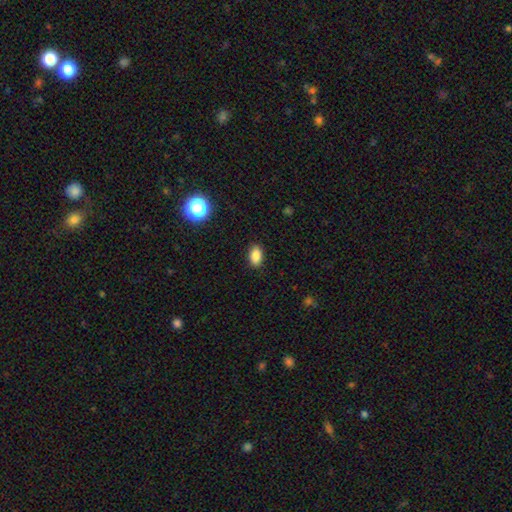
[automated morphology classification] smooth_or_featured: smooth (p=0.86) [alt: star or artifact p=0.10]
how_rounded: in between (p=0.89) [alt: round p=0.09]
merging: none (p=0.89) [alt: minor disturbance p=0.08]